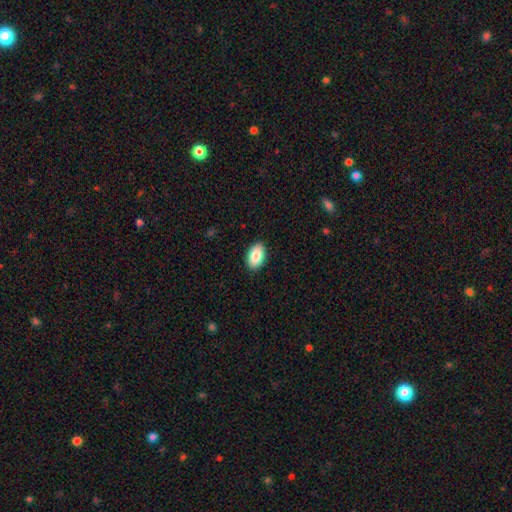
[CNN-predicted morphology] type=smooth (87%); roundness=in between (93%); merging=none (90%).